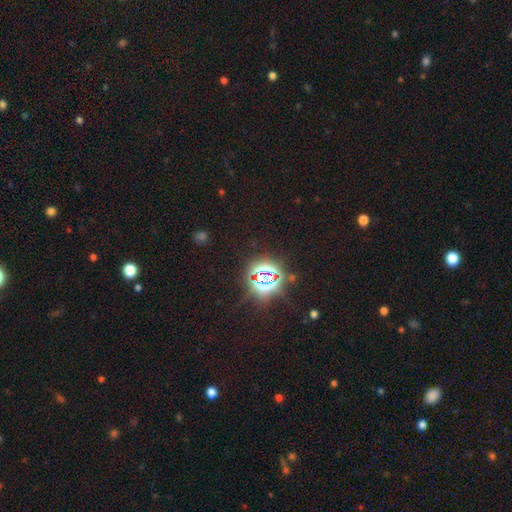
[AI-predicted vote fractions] Smooth or featured: star or artifact — 81% (smooth — 12%)